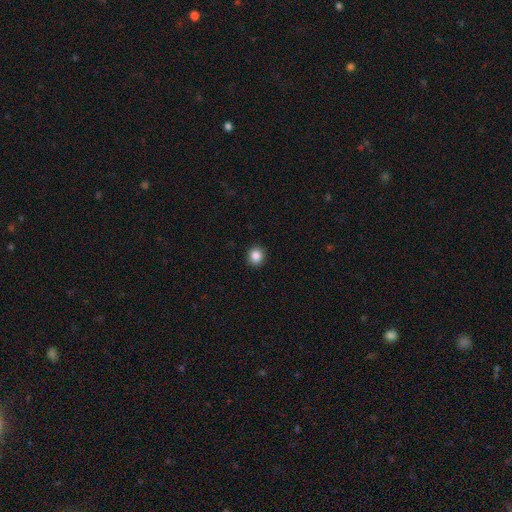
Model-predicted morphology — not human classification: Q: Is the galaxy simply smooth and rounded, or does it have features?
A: smooth — 86%.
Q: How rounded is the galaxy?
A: round — 86%.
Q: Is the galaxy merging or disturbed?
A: none — 92%.